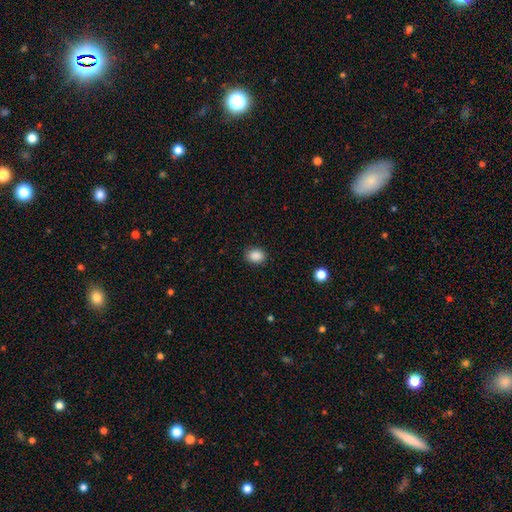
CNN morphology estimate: type=smooth (88%); roundness=in between (50%); merging=none (87%).